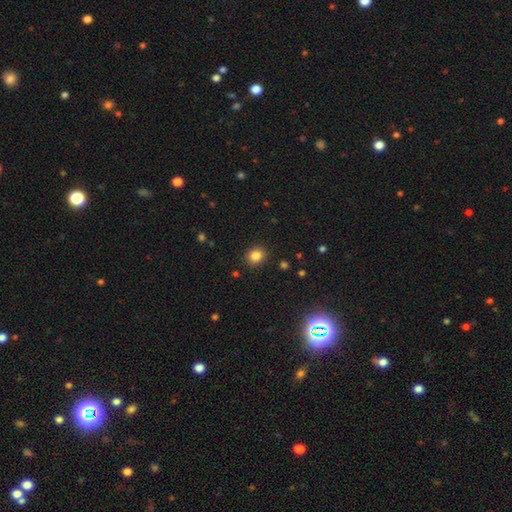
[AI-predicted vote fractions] A smooth galaxy with no disk features (84%) that is round (71%). Merging: none (90%).